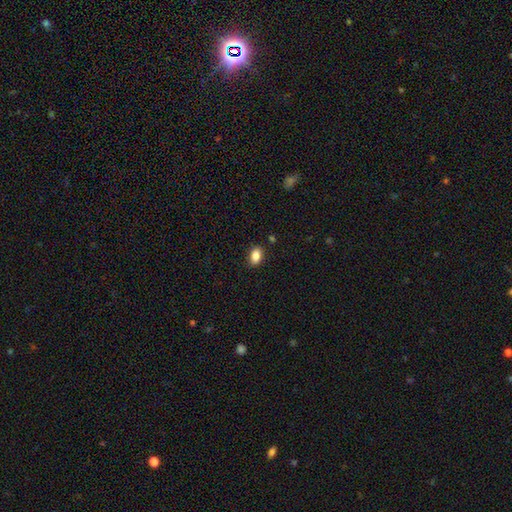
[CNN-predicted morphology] Smooth or featured? Predicted: smooth (p=0.86). How rounded? Predicted: in between (p=0.86). Merging? Predicted: none (p=0.86).